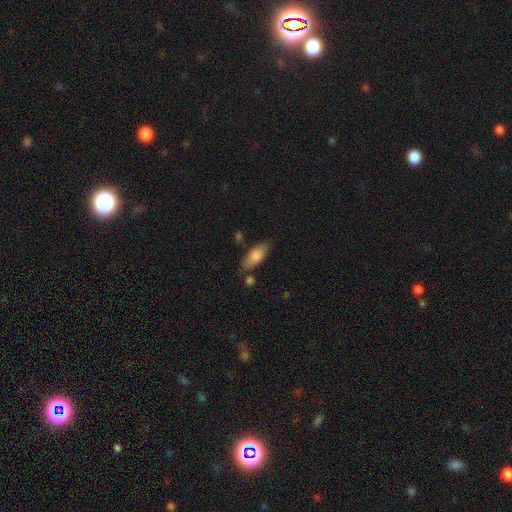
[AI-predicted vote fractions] Morphology: type=smooth (80%); roundness=in between (76%); merging=none (75%).